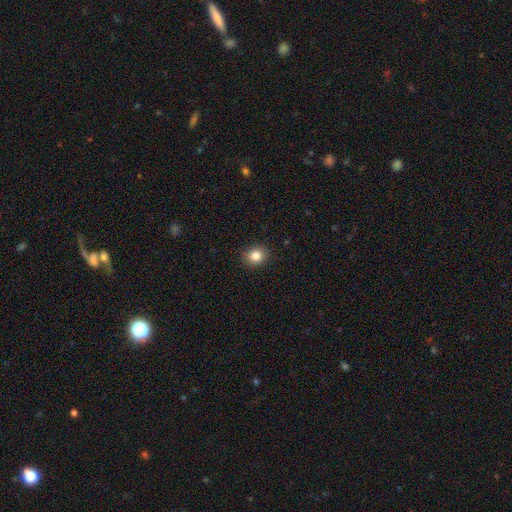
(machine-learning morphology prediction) smooth-or-featured: smooth: 83% | star or artifact: 11% | featured or disk: 6%
  how-rounded: round: 75% | in between: 24% | cigar-shaped: 1%
  merging: none: 91% | minor disturbance: 6% | major disturbance: 2% | merger: 1%